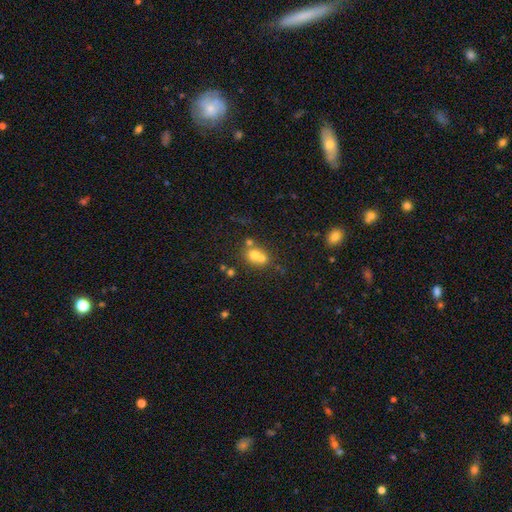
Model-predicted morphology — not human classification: Smooth or featured?
  - smooth: 64% *
  - featured or disk: 22%
  - star or artifact: 14%
How rounded?
  - round: 69% *
  - in between: 29%
  - cigar-shaped: 1%
Merging?
  - merger: 59% *
  - none: 30%
  - minor disturbance: 7%
  - major disturbance: 4%